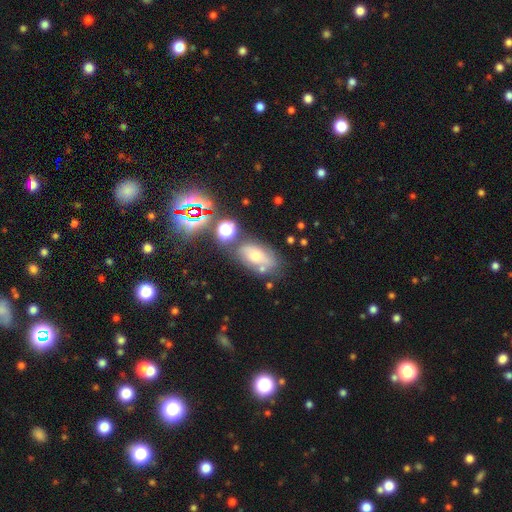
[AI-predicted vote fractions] Smooth or featured: smooth — 46% (featured or disk — 30%)
Merging: none — 60% (minor disturbance — 18%)